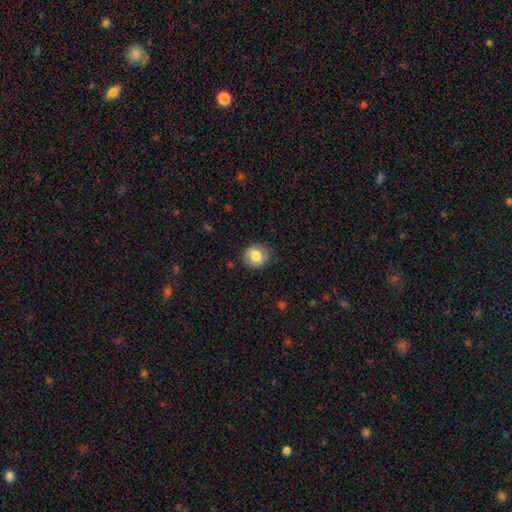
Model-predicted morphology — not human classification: smooth_or_featured: smooth (p=0.80) [alt: featured or disk p=0.12]
how_rounded: round (p=0.79) [alt: in between p=0.20]
merging: none (p=0.86) [alt: minor disturbance p=0.10]